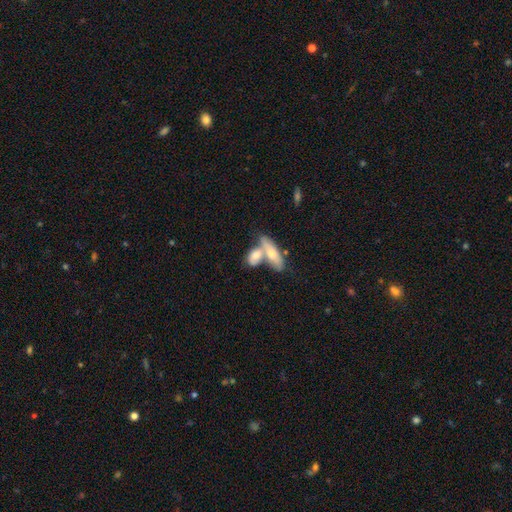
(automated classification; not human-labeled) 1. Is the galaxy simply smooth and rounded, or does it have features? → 67% smooth, 27% featured or disk, 6% star or artifact.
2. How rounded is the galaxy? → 77% in between, 17% cigar-shaped, 6% round.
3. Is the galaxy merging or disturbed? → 62% merger, 25% none, 8% minor disturbance, 4% major disturbance.